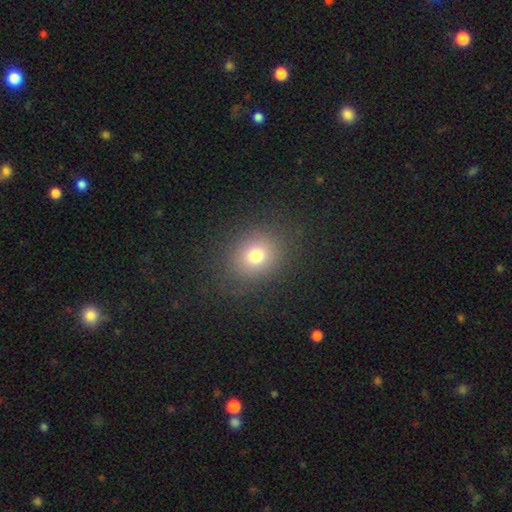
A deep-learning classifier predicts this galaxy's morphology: smooth-or-featured: smooth: 74% | star or artifact: 16% | featured or disk: 10%
  how-rounded: round: 68% | in between: 31% | cigar-shaped: 1%
  merging: none: 85% | minor disturbance: 9% | major disturbance: 5% | merger: 1%